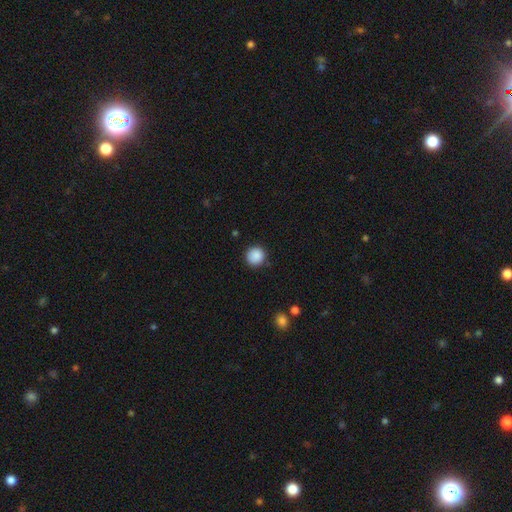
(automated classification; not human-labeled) This appears to be a smooth galaxy with no disk features (89%) that is round (93%). Merging: none (89%).